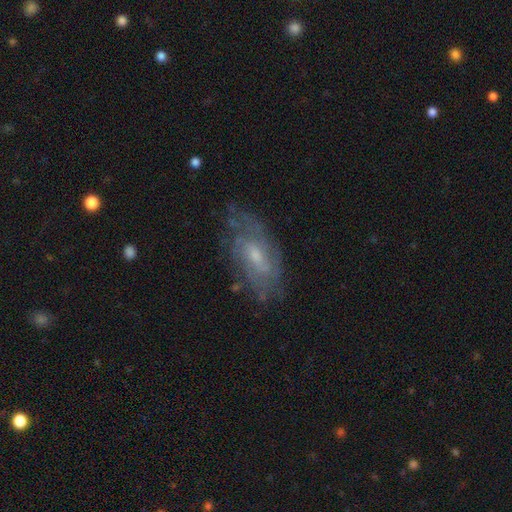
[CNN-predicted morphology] A featured or disk galaxy (69%) with no bar (54%), spiral arms (77%) and a small central bulge (55%). Merging: none (68%).